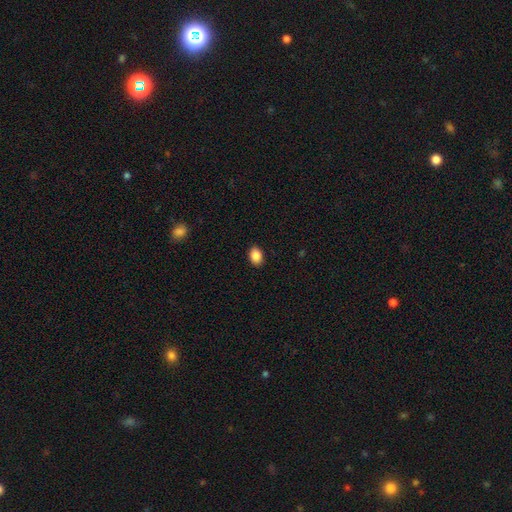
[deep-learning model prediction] Smooth or featured: smooth — 88% (star or artifact — 8%)
How rounded: in between — 74% (round — 25%)
Merging: none — 89% (minor disturbance — 8%)